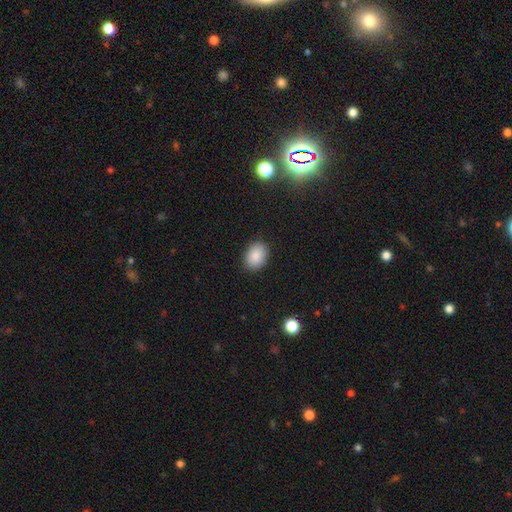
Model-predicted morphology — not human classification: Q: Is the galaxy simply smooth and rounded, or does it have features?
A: smooth — 88%.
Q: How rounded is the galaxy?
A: in between — 78%.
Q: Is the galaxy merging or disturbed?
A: none — 88%.